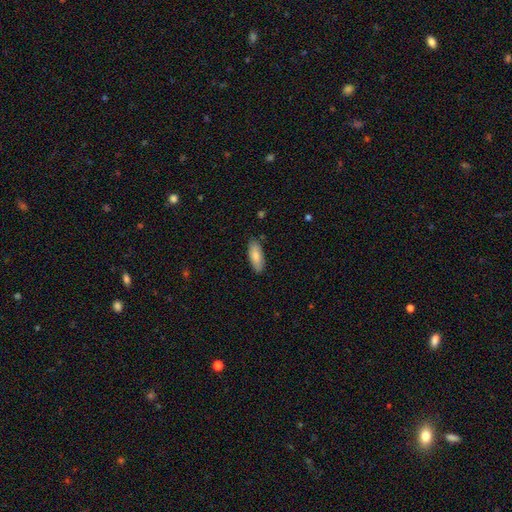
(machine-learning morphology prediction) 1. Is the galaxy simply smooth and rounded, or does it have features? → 82% smooth, 12% featured or disk, 6% star or artifact.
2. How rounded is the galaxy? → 72% in between, 26% cigar-shaped, 2% round.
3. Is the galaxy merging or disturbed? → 85% none, 12% minor disturbance, 2% major disturbance, 1% merger.